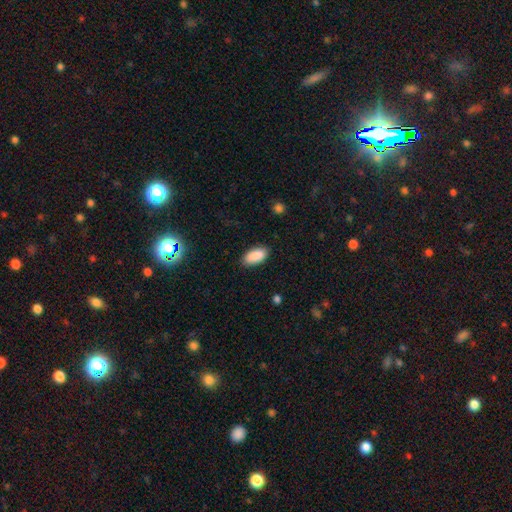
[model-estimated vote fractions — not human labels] Smooth or featured: smooth — 90% (star or artifact — 7%)
How rounded: in between — 92% (cigar-shaped — 6%)
Merging: none — 85% (minor disturbance — 11%)